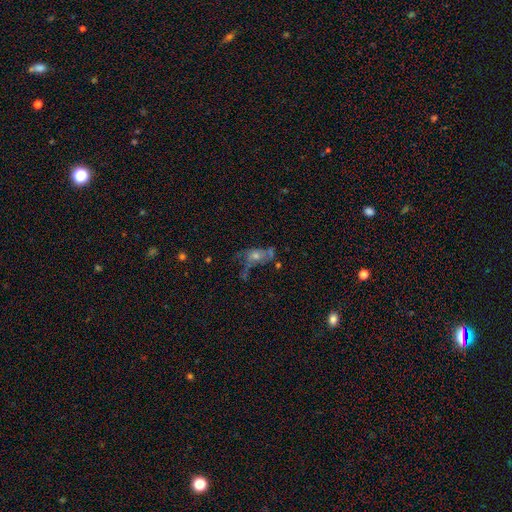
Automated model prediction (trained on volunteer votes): Smooth or featured?
  - featured or disk: 51% *
  - smooth: 30%
  - star or artifact: 19%
Edge-on disk?
  - no: 88% *
  - yes: 12%
Merging?
  - none: 35% *
  - major disturbance: 33%
  - minor disturbance: 19%
  - merger: 13%